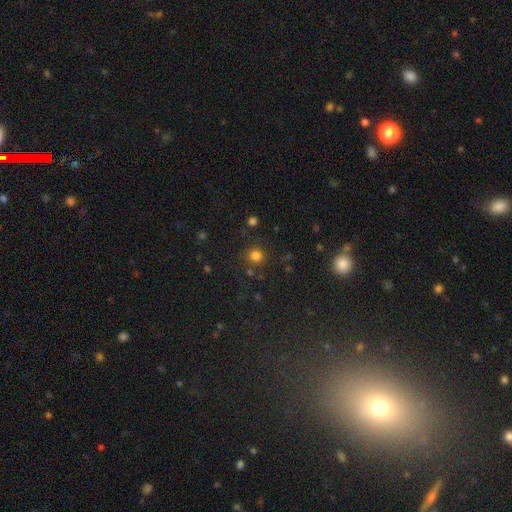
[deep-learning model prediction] Smooth or featured: smooth — 79% (star or artifact — 16%)
How rounded: round — 91% (in between — 8%)
Merging: none — 82% (minor disturbance — 9%)